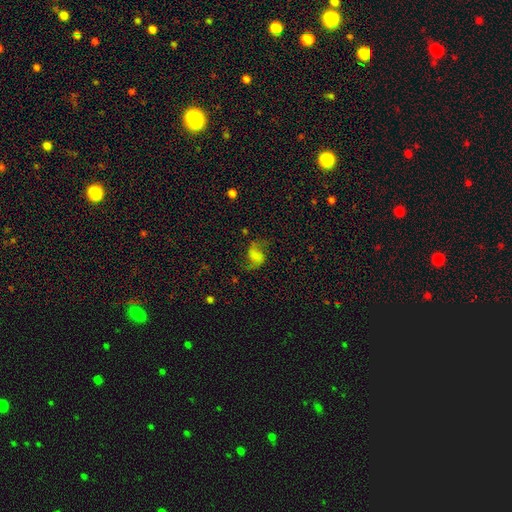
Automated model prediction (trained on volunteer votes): Overall: featured or disk (62%; smooth 25%). Edge-on disk: no (98%). Bar: weak (39%; no 38%). Spiral arms: yes (90%). Spiral arm count: 2 (91%). Spiral winding: loose (69%). Bulge size: none (53%; large 16%). Merging: none (64%).